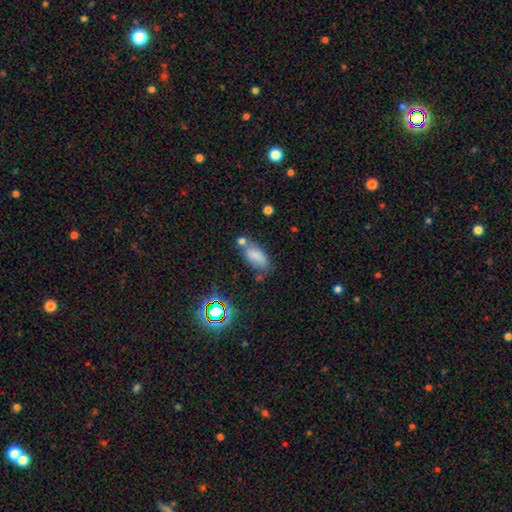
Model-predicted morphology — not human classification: Smooth or featured: smooth — 75% (star or artifact — 13%)
How rounded: in between — 85% (cigar-shaped — 11%)
Merging: none — 49% (minor disturbance — 23%)